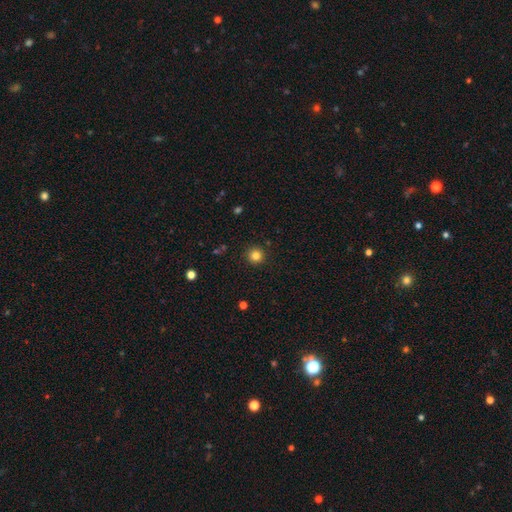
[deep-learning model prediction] smooth-or-featured: smooth: 82% | star or artifact: 13% | featured or disk: 5%
  how-rounded: round: 95% | in between: 4% | cigar-shaped: 1%
  merging: none: 92% | minor disturbance: 5% | major disturbance: 2% | merger: 1%